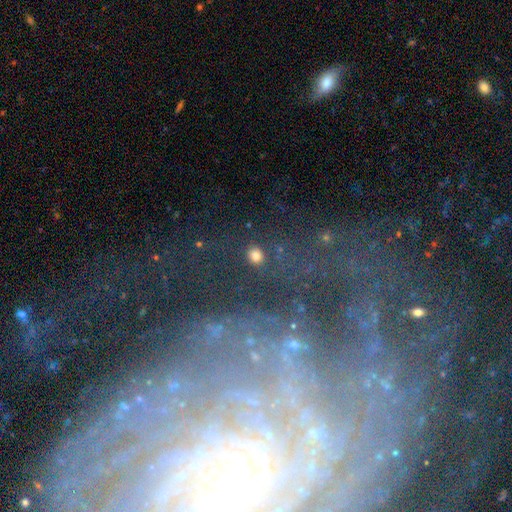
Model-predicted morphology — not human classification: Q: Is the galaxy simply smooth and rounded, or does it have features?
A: smooth — 77%.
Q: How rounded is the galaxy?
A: round — 75%.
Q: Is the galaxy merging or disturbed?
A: none — 82%.